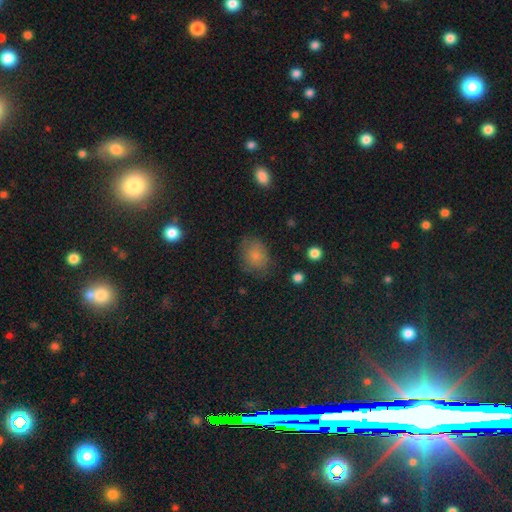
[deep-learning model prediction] Smooth or featured? smooth (77%)
How rounded? in between (56%)
Merging? none (67%)